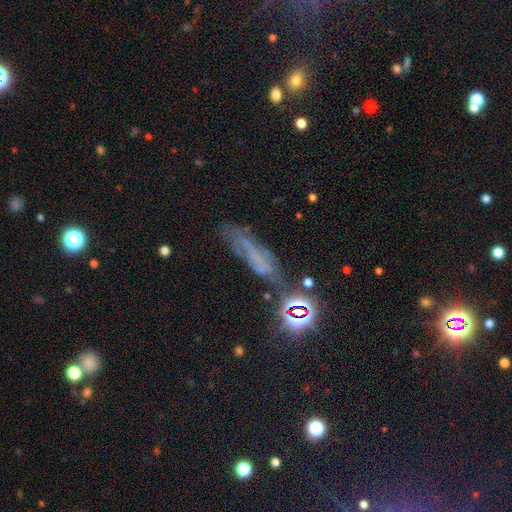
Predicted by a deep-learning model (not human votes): Smooth or featured: featured or disk — 35% (smooth — 34%)
Merging: none — 61% (minor disturbance — 21%)